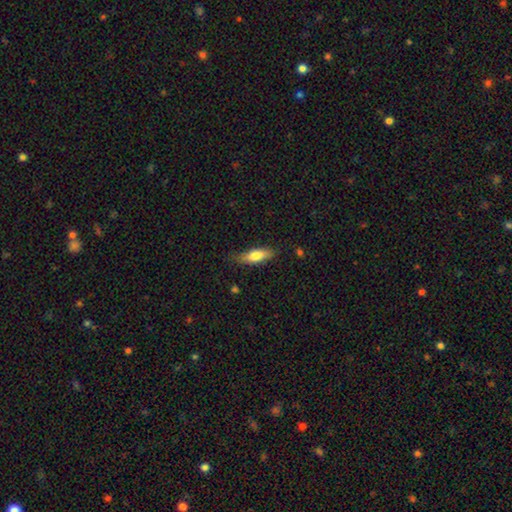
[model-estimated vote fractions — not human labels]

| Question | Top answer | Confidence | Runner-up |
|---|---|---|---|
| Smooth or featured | smooth | 74% | featured or disk (20%) |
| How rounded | in between | 59% | cigar-shaped (39%) |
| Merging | none | 74% | minor disturbance (21%) |